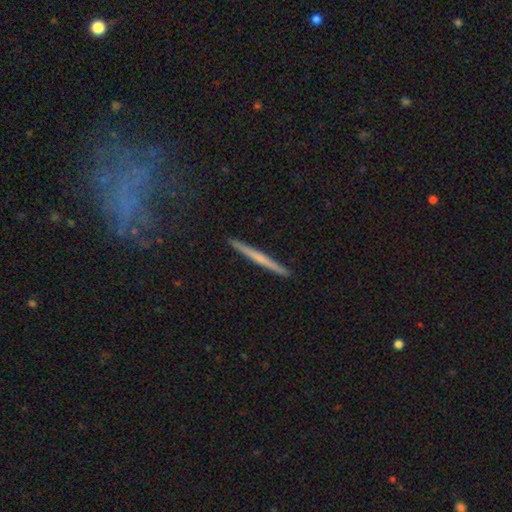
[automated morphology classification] Smooth or featured? Predicted: featured or disk (p=0.50). Edge-on disk? Predicted: yes (p=0.94). Merging? Predicted: none (p=0.86).